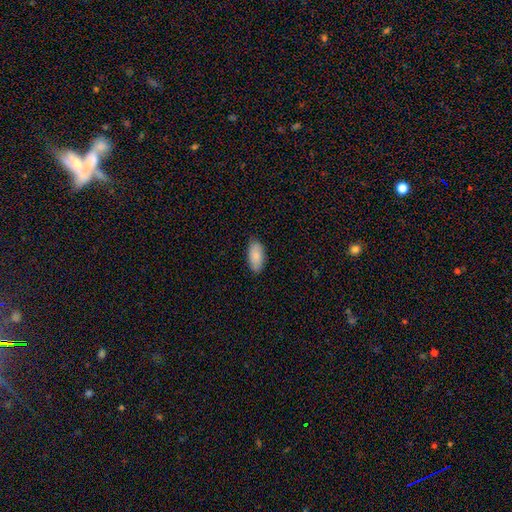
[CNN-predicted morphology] smooth-or-featured: smooth: 86% | featured or disk: 8% | star or artifact: 6%
  how-rounded: in between: 92% | cigar-shaped: 6% | round: 2%
  merging: none: 85% | minor disturbance: 12% | major disturbance: 2% | merger: 1%